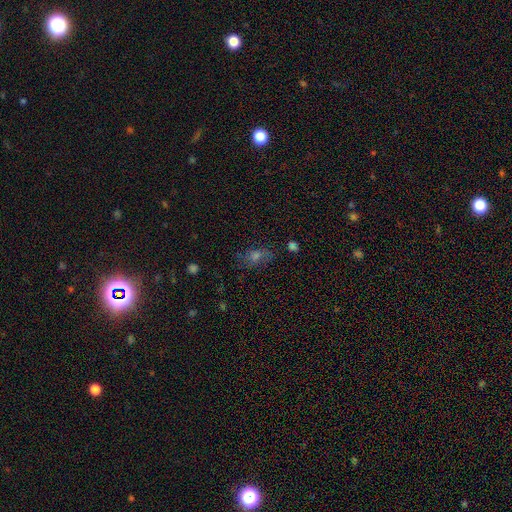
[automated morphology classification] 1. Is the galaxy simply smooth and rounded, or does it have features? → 42% smooth, 34% star or artifact, 23% featured or disk.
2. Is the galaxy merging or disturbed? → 71% none, 18% minor disturbance, 8% major disturbance, 3% merger.